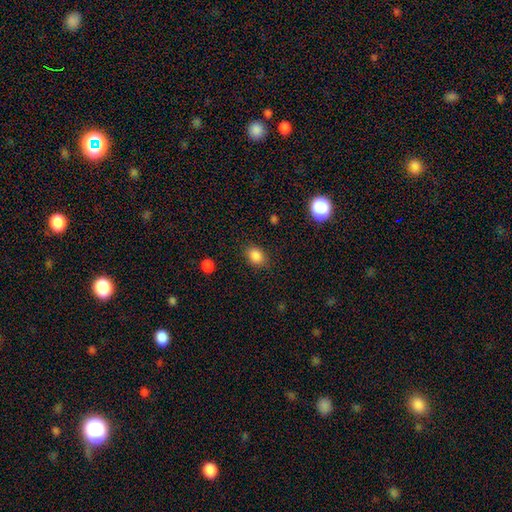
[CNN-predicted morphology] smooth-or-featured: smooth: 86% | star or artifact: 10% | featured or disk: 4%
  how-rounded: in between: 66% | round: 32% | cigar-shaped: 1%
  merging: none: 84% | minor disturbance: 12% | major disturbance: 3% | merger: 1%